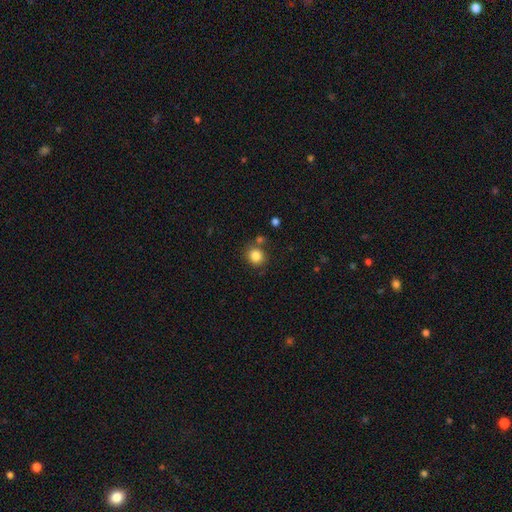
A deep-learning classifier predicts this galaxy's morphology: Smooth or featured? Predicted: smooth (p=0.84). How rounded? Predicted: round (p=0.83). Merging? Predicted: none (p=0.76).